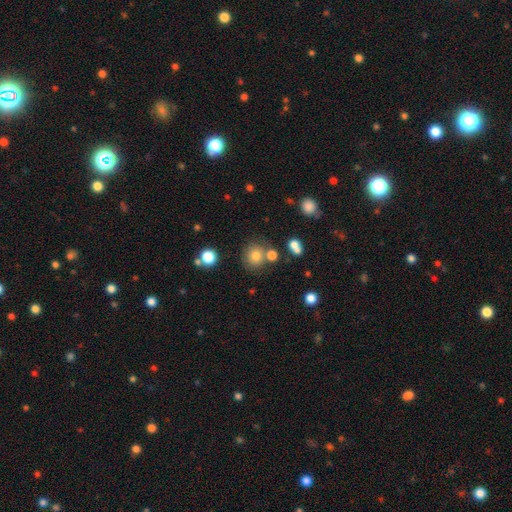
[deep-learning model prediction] Q: Smooth or featured?
A: smooth (77%); runner-up: star or artifact (14%)
Q: How rounded?
A: round (86%); runner-up: in between (13%)
Q: Merging?
A: none (71%); runner-up: merger (14%)